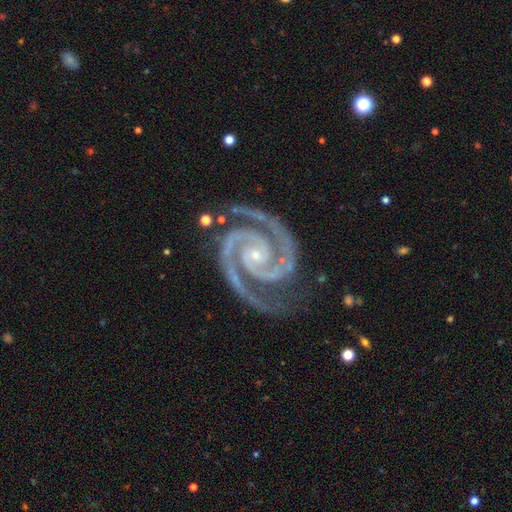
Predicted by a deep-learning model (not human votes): A featured or disk galaxy (95%) with no bar (67%), 2 (93%) tight (72%) spiral arms (99%) and a small central bulge (82%).

Vote fractions:
- Smooth or featured? featured or disk: 95% / star or artifact: 4% / smooth: 1%
- Edge-on disk? no: 98% / yes: 2%
- Bar? no: 67% / weak: 19% / strong: 14%
- Spiral arms? yes: 99% / no: 1%
- Spiral winding? tight: 72% / medium: 26% / loose: 2%
- Spiral arm count? 2: 93% / 3: 2% / can't tell: 1% / 4: 1% / 1: 1% / more than 4: 1%
- Bulge size? small: 82% / moderate: 13% / none: 3% / large: 1% / dominant: 1%
- Merging? none: 80% / minor disturbance: 14% / major disturbance: 4% / merger: 2%